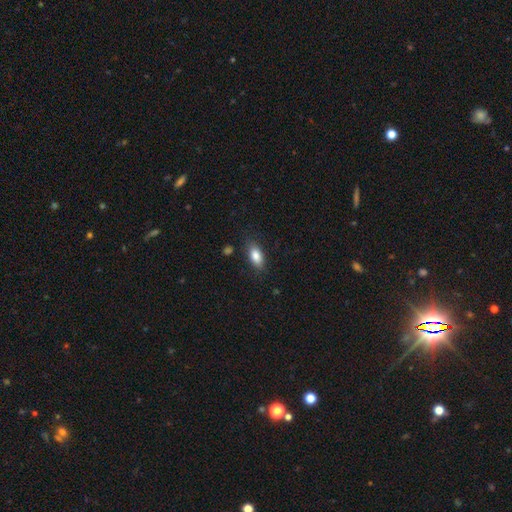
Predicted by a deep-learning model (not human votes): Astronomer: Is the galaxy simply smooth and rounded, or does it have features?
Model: smooth — 84%.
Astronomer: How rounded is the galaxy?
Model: in between — 88%.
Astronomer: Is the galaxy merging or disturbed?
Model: none — 82%.